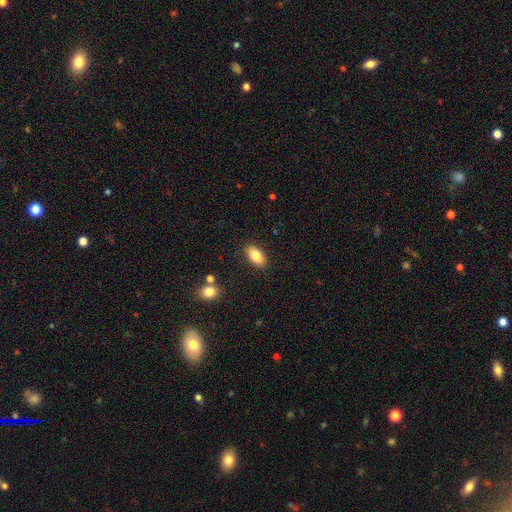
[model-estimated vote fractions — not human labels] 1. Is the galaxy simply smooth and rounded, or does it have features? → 81% smooth, 12% featured or disk, 7% star or artifact.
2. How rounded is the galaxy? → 91% in between, 5% cigar-shaped, 4% round.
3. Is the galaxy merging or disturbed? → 87% none, 9% minor disturbance, 2% major disturbance, 1% merger.